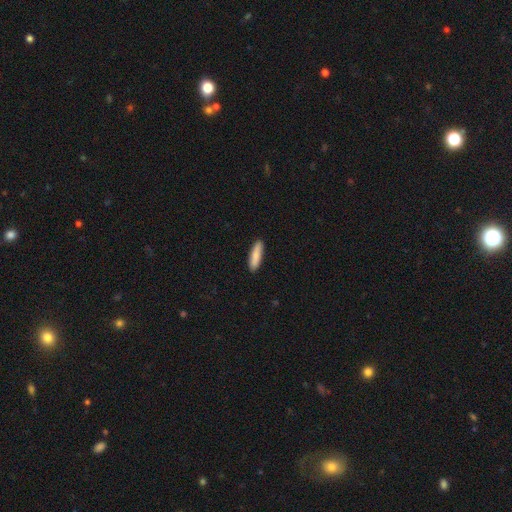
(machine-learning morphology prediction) Smooth or featured: smooth — 85% (featured or disk — 10%)
How rounded: cigar-shaped — 72% (in between — 27%)
Merging: none — 90% (minor disturbance — 8%)